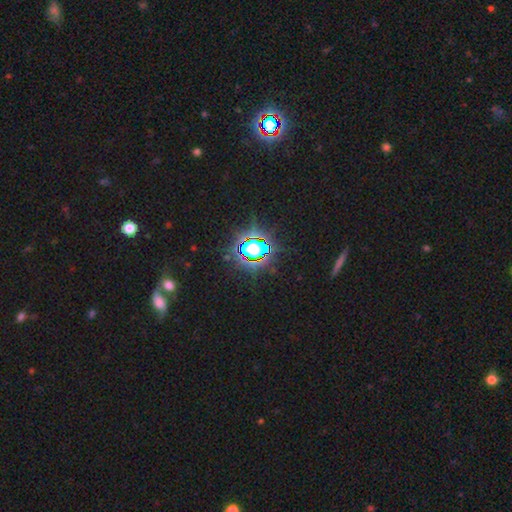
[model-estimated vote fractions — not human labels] Smooth or featured? star or artifact (74%)